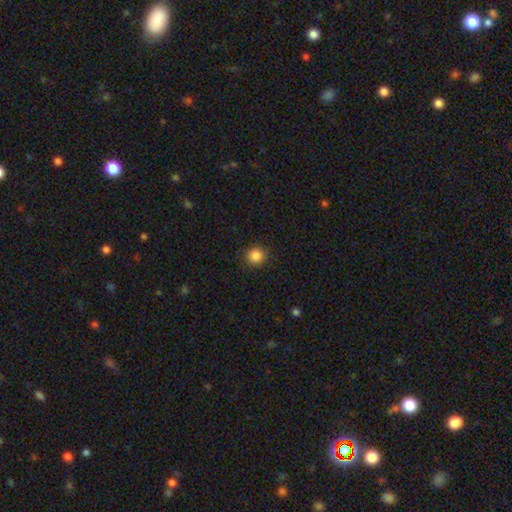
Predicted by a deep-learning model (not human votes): Smooth or featured? Predicted: smooth (p=0.86). How rounded? Predicted: round (p=0.92). Merging? Predicted: none (p=0.89).